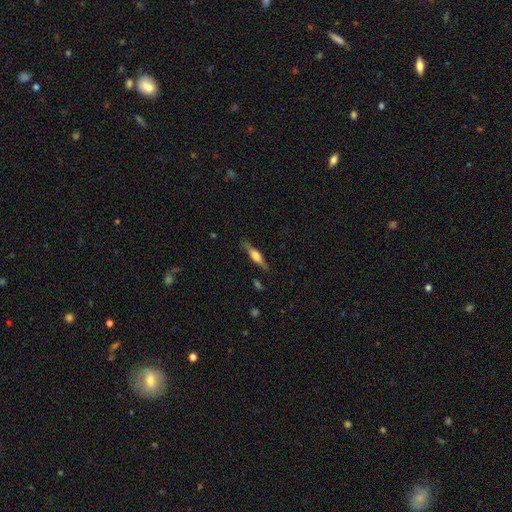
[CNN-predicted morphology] Smooth or featured: featured or disk — 58% (smooth — 35%)
Edge-on disk: yes — 95% (no — 5%)
Edge-on bulge: rounded — 82% (boxy — 14%)
Merging: none — 84% (minor disturbance — 12%)